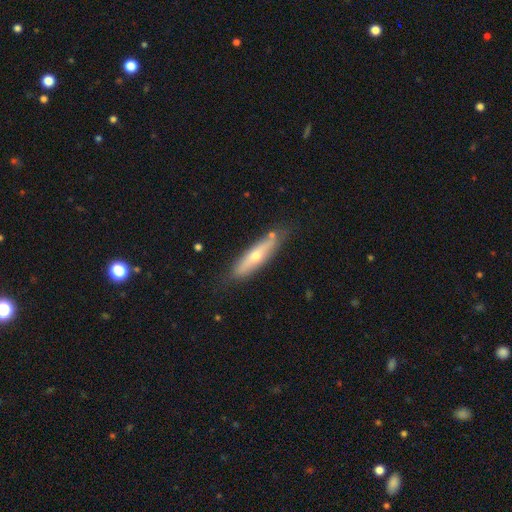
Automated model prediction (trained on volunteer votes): Morphology: type=featured or disk (50%); edge-on=yes (73%); merging=none (76%).